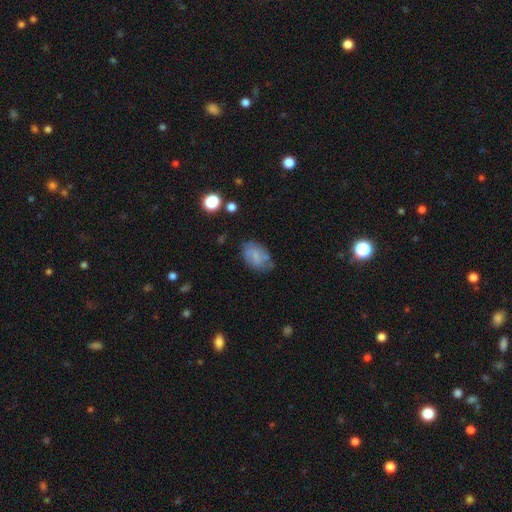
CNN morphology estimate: type=smooth (61%); roundness=in between (87%); merging=none (59%).